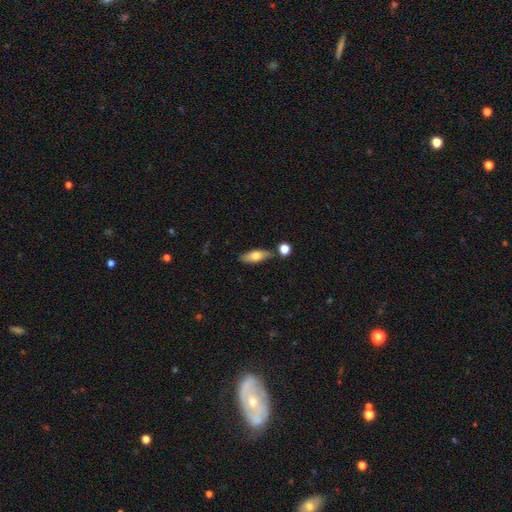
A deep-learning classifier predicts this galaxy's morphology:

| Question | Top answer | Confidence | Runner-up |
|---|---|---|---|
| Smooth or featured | smooth | 69% | featured or disk (24%) |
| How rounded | in between | 67% | cigar-shaped (30%) |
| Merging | none | 75% | minor disturbance (14%) |